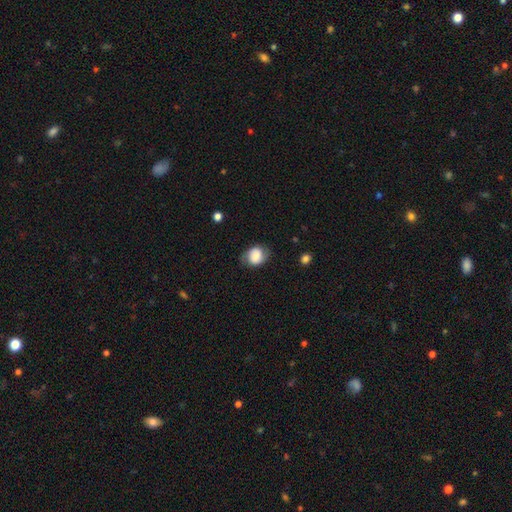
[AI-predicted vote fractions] Overall: smooth (69%). How rounded: round (51%; in between 48%). Merging: none (67%).